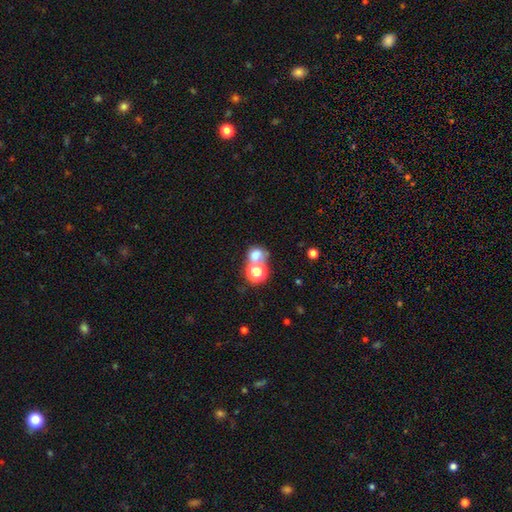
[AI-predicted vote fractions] smooth_or_featured: smooth (p=0.69) [alt: star or artifact p=0.20]
how_rounded: round (p=0.68) [alt: in between p=0.31]
merging: merger (p=0.47) [alt: none p=0.39]